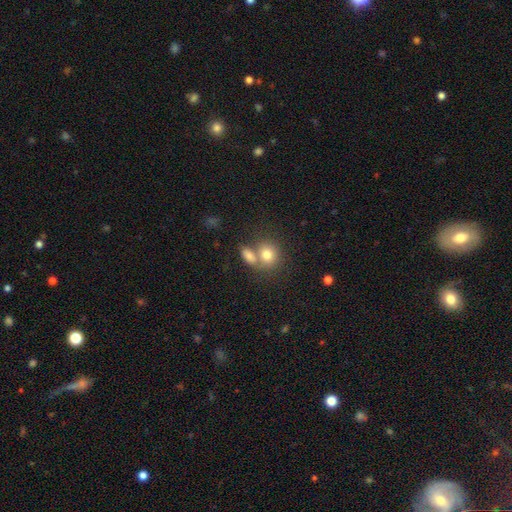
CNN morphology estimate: Smooth or featured?
  - smooth: 72% *
  - featured or disk: 14%
  - star or artifact: 14%
How rounded?
  - round: 67% *
  - in between: 31%
  - cigar-shaped: 2%
Merging?
  - merger: 45% *
  - none: 43%
  - minor disturbance: 9%
  - major disturbance: 4%